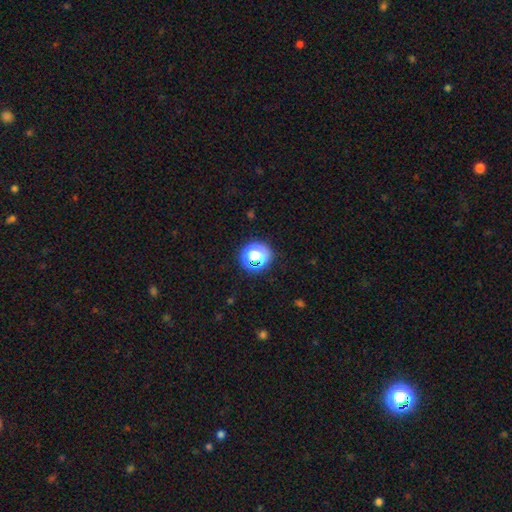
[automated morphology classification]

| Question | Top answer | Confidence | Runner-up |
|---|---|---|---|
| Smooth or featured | smooth | 53% | star or artifact (37%) |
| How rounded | round | 86% | in between (13%) |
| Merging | none | 78% | minor disturbance (12%) |